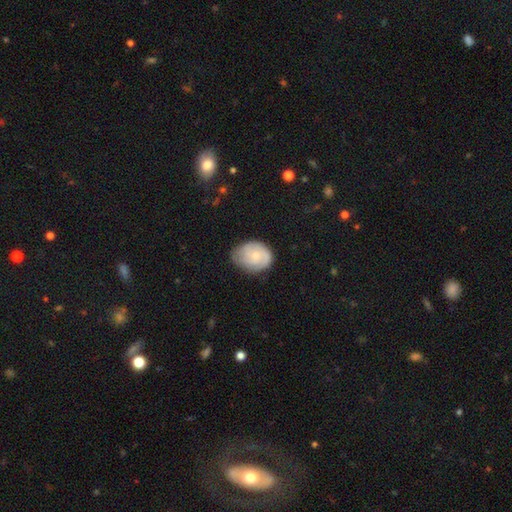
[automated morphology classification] smooth_or_featured: smooth (p=0.48) [alt: featured or disk p=0.45]
merging: none (p=0.58) [alt: minor disturbance p=0.32]